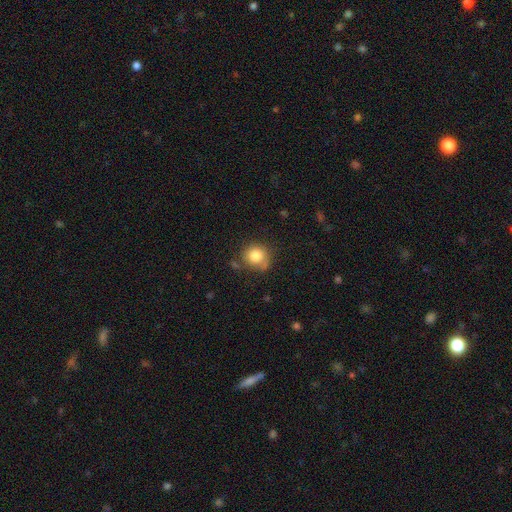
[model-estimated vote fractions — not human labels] smooth 81%, featured or disk 9%, star or artifact 9%. Down the decision tree: how rounded — round (85%); merging — none (66%).